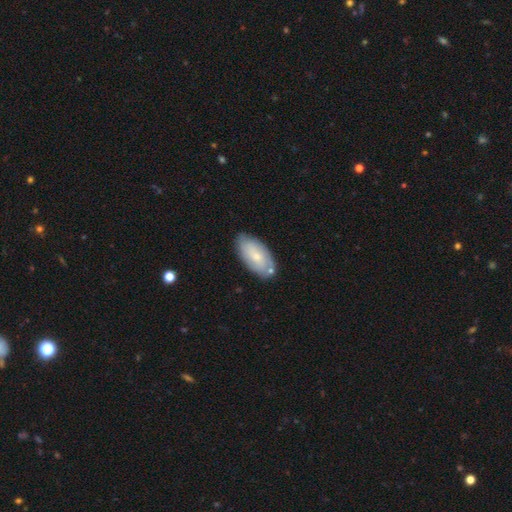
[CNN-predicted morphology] This appears to be a smooth galaxy with no disk features (59%) that is in between round and cigar-shaped (92%). Merging: none (74%).